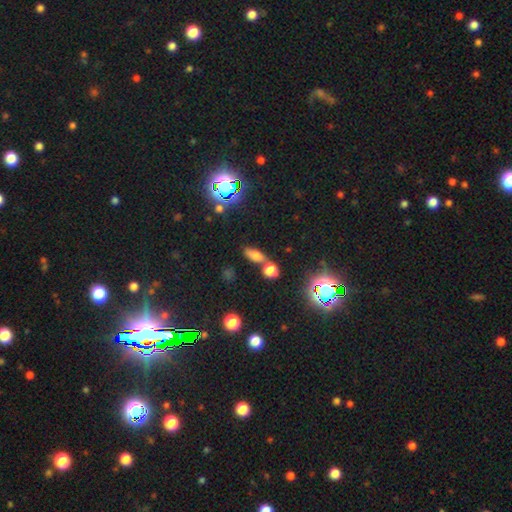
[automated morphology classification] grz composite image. It shows a smooth galaxy with no disk features (65%) that is in between round and cigar-shaped (69%). Merging: none (59%).